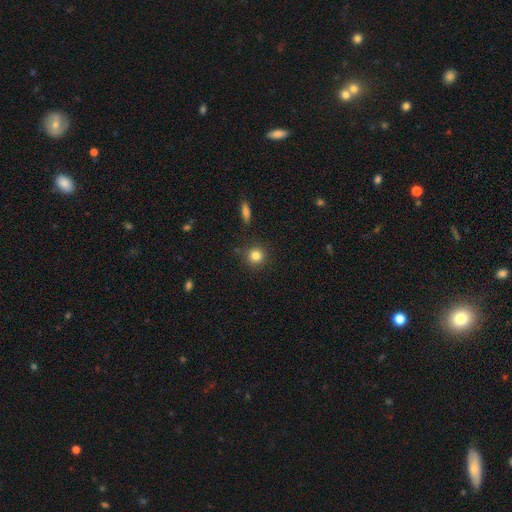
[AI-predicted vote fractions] A smooth galaxy with no disk features (83%) that is round (93%). Merging: none (87%).